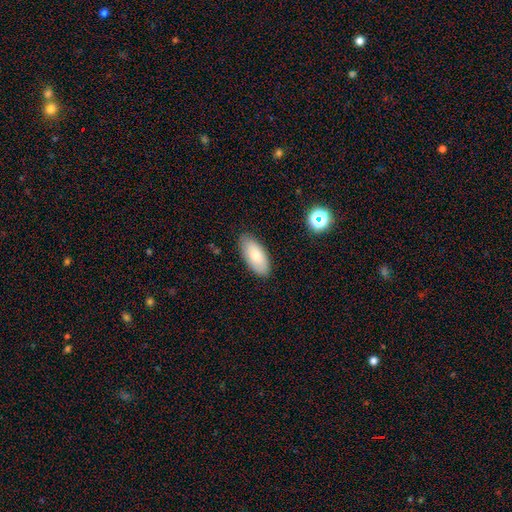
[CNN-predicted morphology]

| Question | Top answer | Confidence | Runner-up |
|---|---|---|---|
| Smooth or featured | smooth | 78% | featured or disk (15%) |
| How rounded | in between | 91% | cigar-shaped (7%) |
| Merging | none | 85% | minor disturbance (11%) |